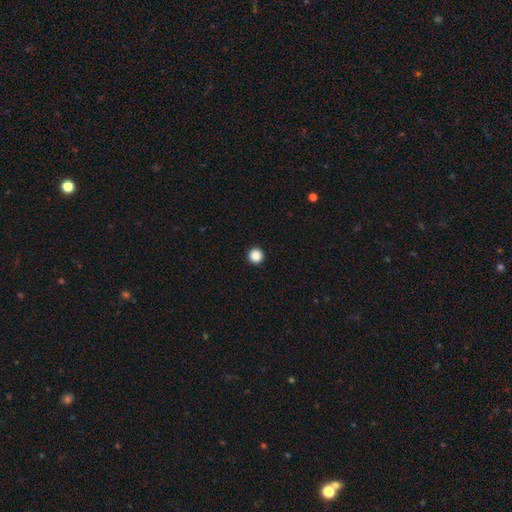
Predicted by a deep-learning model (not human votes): Smooth or featured?
  - smooth: 88% *
  - star or artifact: 9%
  - featured or disk: 2%
How rounded?
  - round: 97% *
  - in between: 3%
  - cigar-shaped: 1%
Merging?
  - none: 94% *
  - minor disturbance: 3%
  - major disturbance: 1%
  - merger: 1%